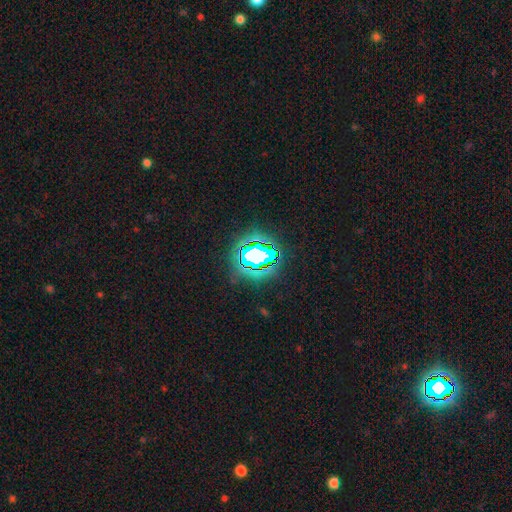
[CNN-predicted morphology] This appears to be a star or artifact, not a galaxy (66%).